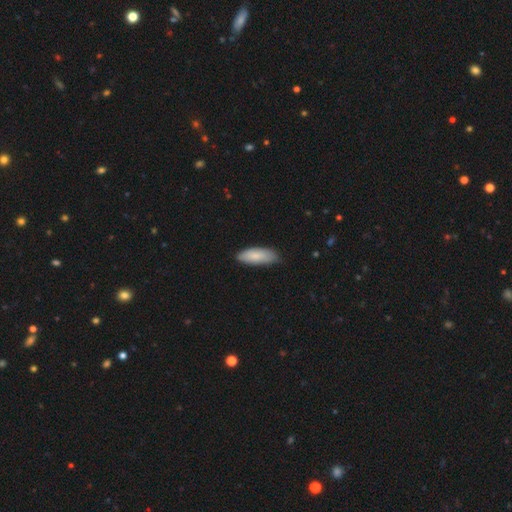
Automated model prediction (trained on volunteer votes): A smooth galaxy with no disk features (83%) that is in between round and cigar-shaped (69%). Merging: none (75%).